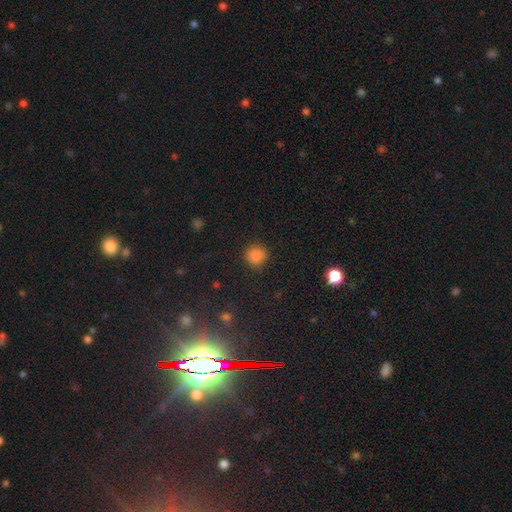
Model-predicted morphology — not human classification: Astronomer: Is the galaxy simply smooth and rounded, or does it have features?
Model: smooth — 84%.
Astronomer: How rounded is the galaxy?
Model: round — 89%.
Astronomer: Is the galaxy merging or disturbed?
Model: none — 86%.